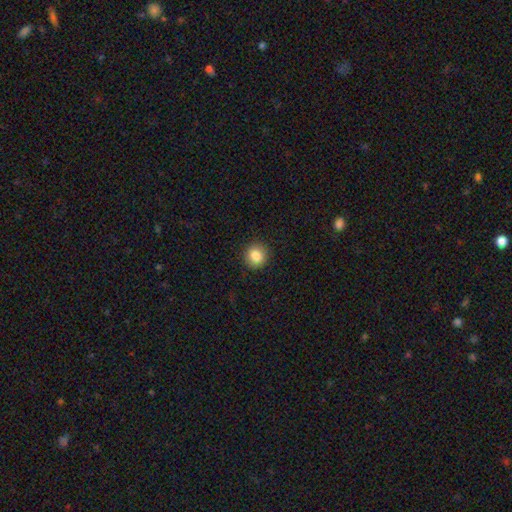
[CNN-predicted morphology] smooth 86%, star or artifact 9%, featured or disk 5%. Down the decision tree: how rounded — round (87%); merging — none (90%).